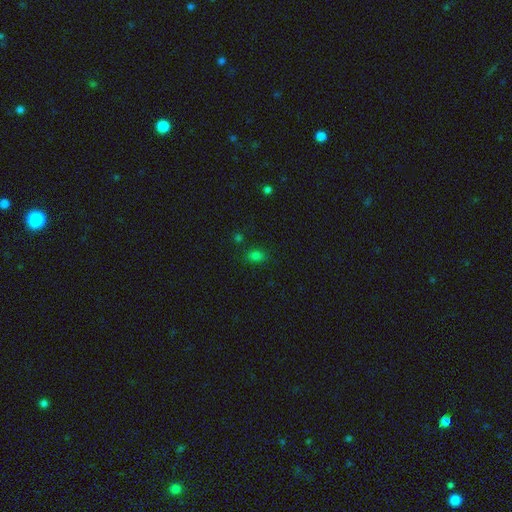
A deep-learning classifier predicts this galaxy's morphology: smooth-or-featured: smooth: 75% | star or artifact: 20% | featured or disk: 5%
  how-rounded: in between: 75% | round: 23% | cigar-shaped: 2%
  merging: none: 79% | minor disturbance: 14% | major disturbance: 4% | merger: 4%